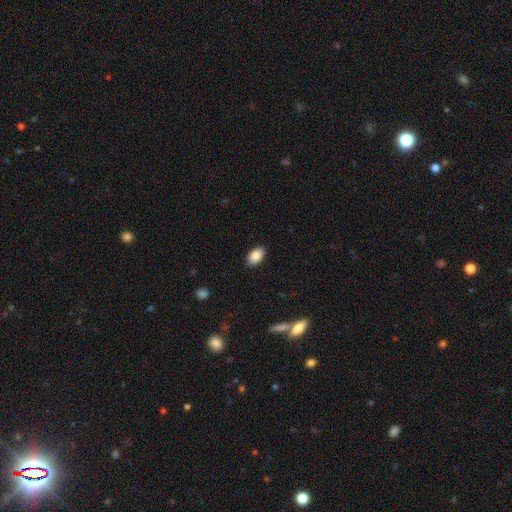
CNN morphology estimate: smooth 88%, star or artifact 7%, featured or disk 5%. Down the decision tree: how rounded — in between (91%); merging — none (89%).